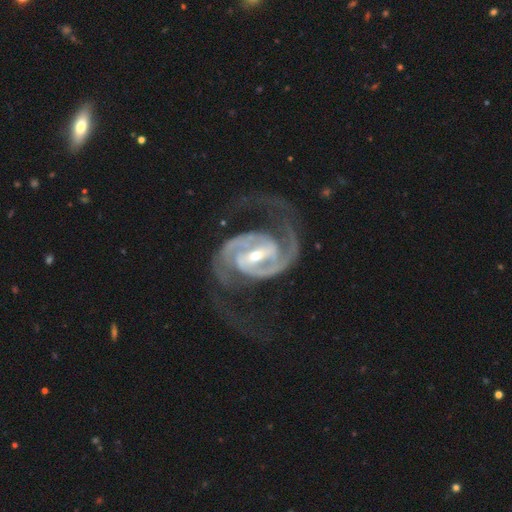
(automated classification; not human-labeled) Morphology: type=featured or disk (94%); edge-on=no (98%); bar=strong (59%); spiral arms=yes (99%); winding=medium (56%); arm count=2 (94%); bulge=small (53%); merging=none (69%).